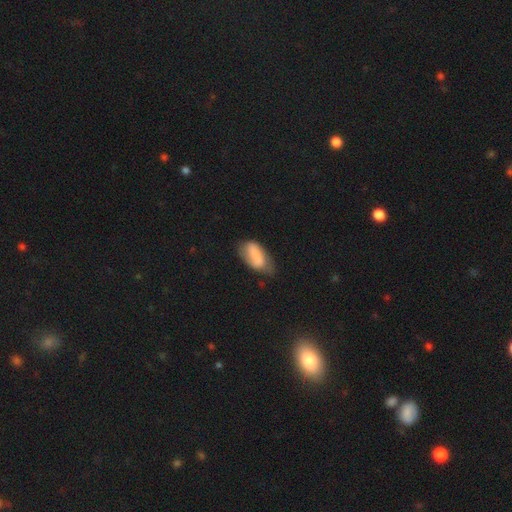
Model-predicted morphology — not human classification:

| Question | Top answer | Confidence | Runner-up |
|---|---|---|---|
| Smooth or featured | smooth | 72% | featured or disk (21%) |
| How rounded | in between | 90% | cigar-shaped (7%) |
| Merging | none | 44% | minor disturbance (38%) |